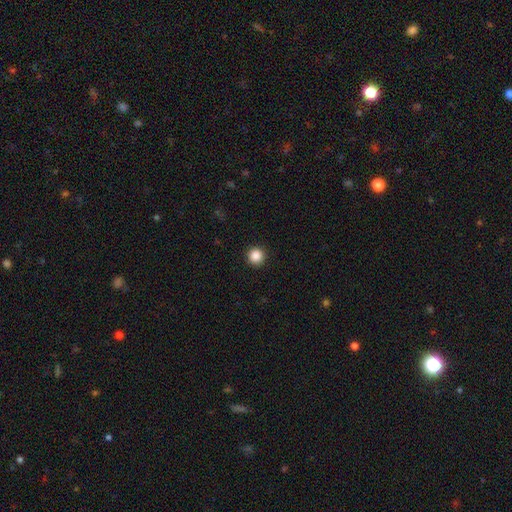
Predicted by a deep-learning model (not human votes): smooth 87%, star or artifact 10%, featured or disk 3%. Down the decision tree: how rounded — round (96%); merging — none (93%).